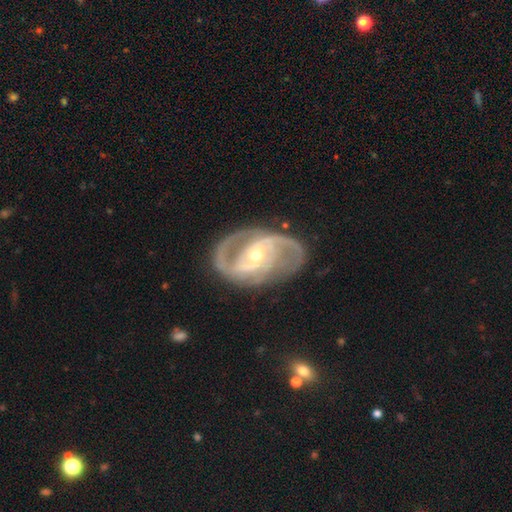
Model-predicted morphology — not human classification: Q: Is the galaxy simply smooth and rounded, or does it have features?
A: featured or disk — 92%.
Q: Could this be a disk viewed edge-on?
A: no — 97%.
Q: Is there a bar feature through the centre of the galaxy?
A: weak — 40%.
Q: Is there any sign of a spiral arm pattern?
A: yes — 98%.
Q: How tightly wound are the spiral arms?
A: medium — 57%.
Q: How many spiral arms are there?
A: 2 — 84%.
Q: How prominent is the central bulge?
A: small — 54%.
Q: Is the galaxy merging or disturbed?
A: none — 74%.